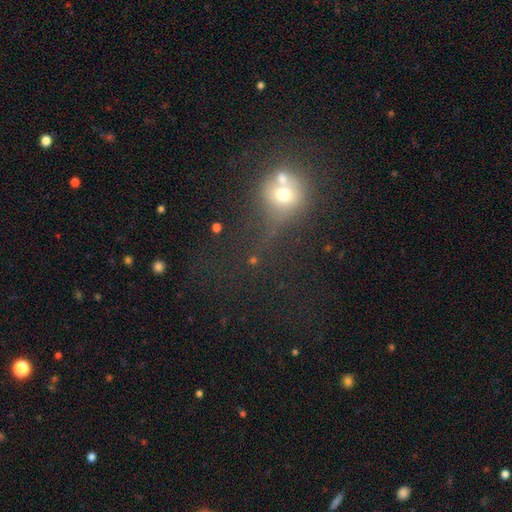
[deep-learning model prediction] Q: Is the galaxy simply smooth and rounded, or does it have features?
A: smooth — 45%.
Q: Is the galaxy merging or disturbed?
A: none — 37%.